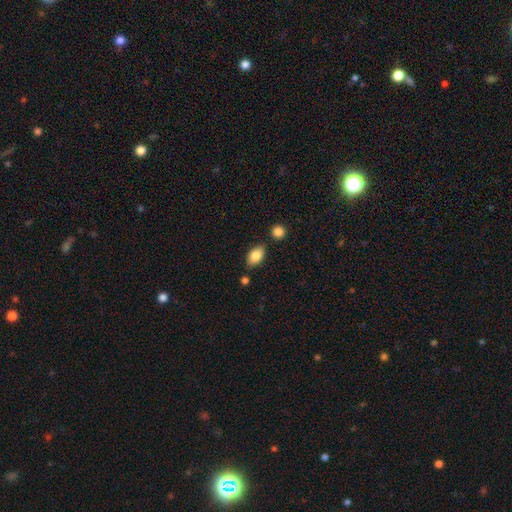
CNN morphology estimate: smooth_or_featured: smooth (p=0.84) [alt: featured or disk p=0.08]
how_rounded: in between (p=0.90) [alt: round p=0.07]
merging: none (p=0.79) [alt: minor disturbance p=0.12]